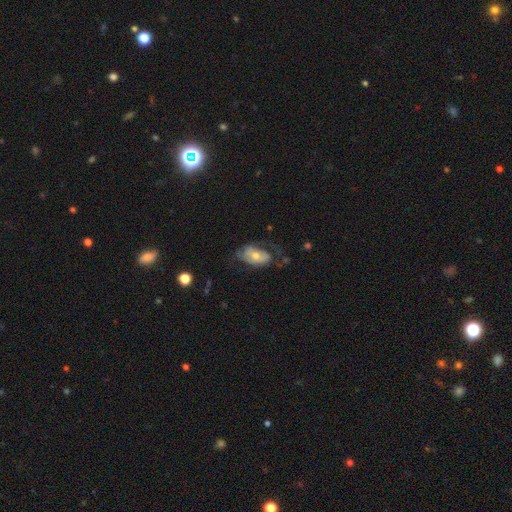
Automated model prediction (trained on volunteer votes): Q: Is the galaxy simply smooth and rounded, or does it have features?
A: featured or disk — 52%.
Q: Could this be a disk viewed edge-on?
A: no — 91%.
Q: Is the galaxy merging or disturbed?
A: none — 44%.